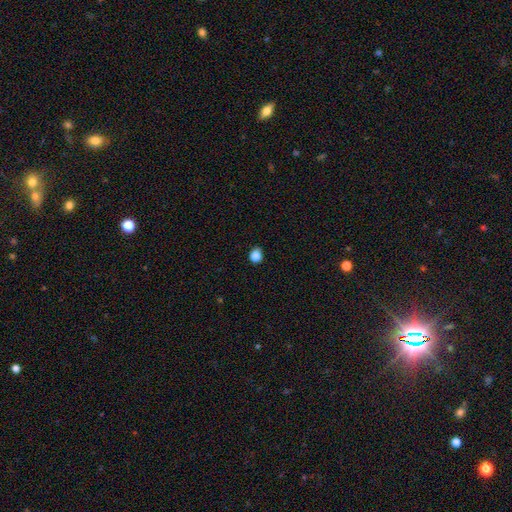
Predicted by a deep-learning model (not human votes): This appears to be a smooth galaxy with no disk features (85%) that is round (77%). Merging: none (87%).